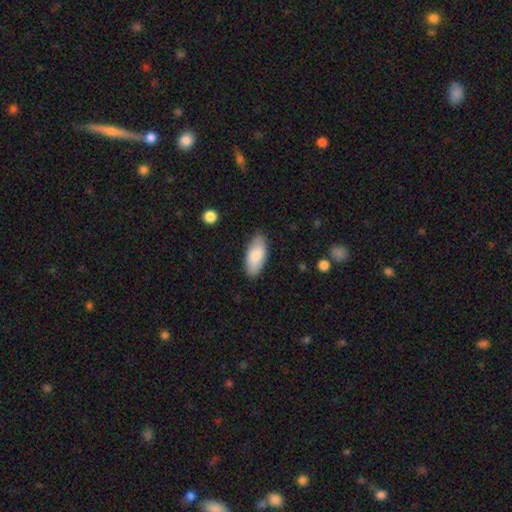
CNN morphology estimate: type=smooth (85%); roundness=in between (89%); merging=none (84%).